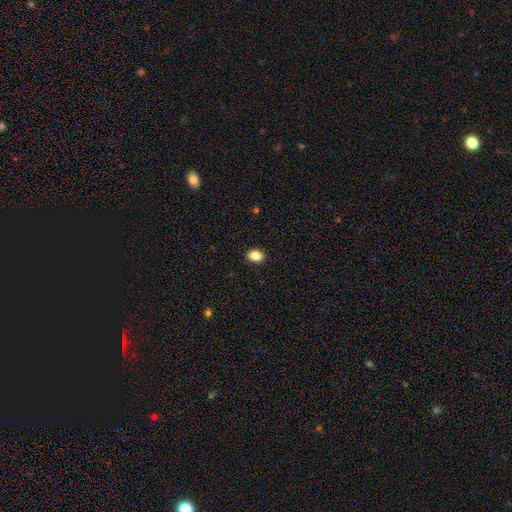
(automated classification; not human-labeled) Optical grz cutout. It shows a smooth galaxy with no disk features (87%) that is in between round and cigar-shaped (66%). Merging: none (91%).